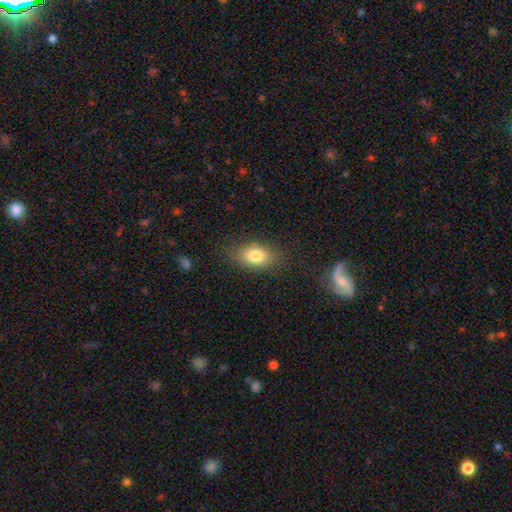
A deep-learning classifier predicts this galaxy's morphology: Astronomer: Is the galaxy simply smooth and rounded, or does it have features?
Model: smooth — 80%.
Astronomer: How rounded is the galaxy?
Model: in between — 86%.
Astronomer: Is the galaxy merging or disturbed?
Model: none — 79%.